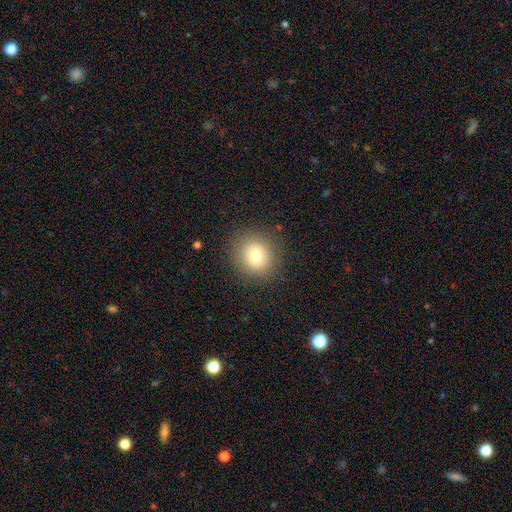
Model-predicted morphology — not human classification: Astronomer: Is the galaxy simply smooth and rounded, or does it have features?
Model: smooth — 74%.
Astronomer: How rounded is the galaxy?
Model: round — 88%.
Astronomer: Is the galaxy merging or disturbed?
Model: none — 87%.